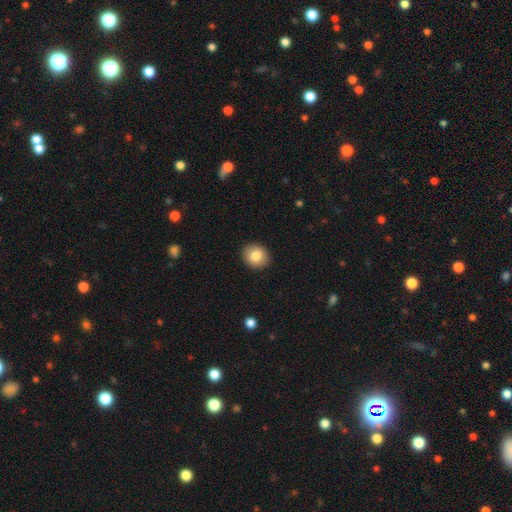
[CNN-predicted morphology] smooth_or_featured: smooth (p=0.83) [alt: featured or disk p=0.09]
how_rounded: round (p=0.78) [alt: in between p=0.21]
merging: none (p=0.92) [alt: minor disturbance p=0.06]